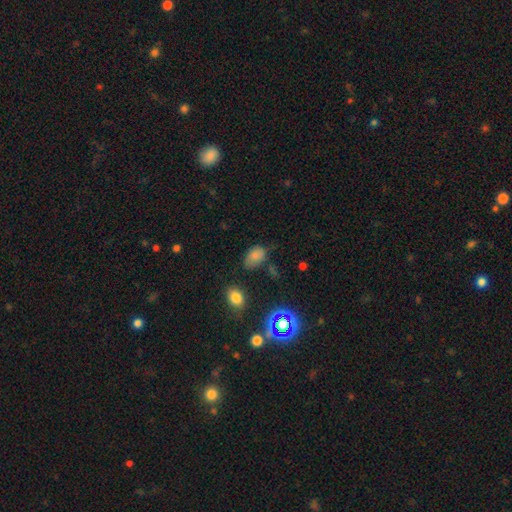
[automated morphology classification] A smooth galaxy with no disk features (76%) that is in between round and cigar-shaped (86%).

Vote fractions:
- Smooth or featured? smooth: 76% / star or artifact: 15% / featured or disk: 9%
- How rounded? in between: 86% / round: 13% / cigar-shaped: 1%
- Merging? none: 60% / minor disturbance: 27% / major disturbance: 8% / merger: 5%